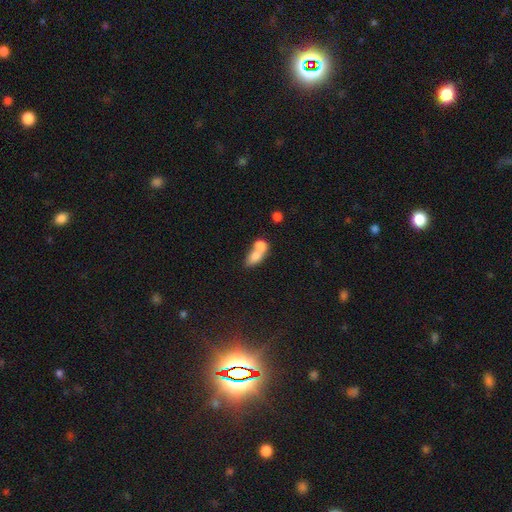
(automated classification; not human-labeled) A smooth galaxy with no disk features (73%) that is in between round and cigar-shaped (68%).

Vote fractions:
- Smooth or featured? smooth: 73% / featured or disk: 18% / star or artifact: 9%
- How rounded? in between: 68% / round: 26% / cigar-shaped: 6%
- Merging? merger: 69% / none: 19% / minor disturbance: 7% / major disturbance: 4%